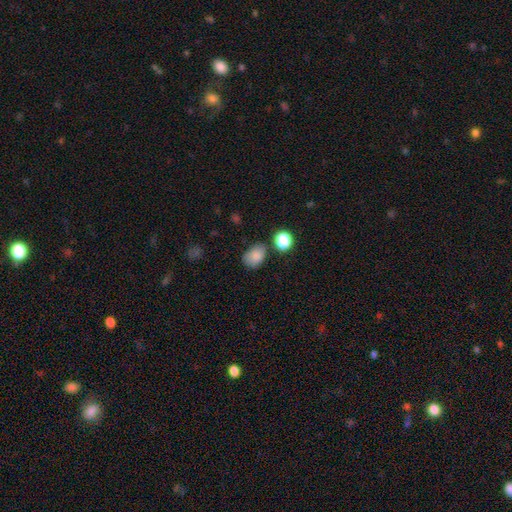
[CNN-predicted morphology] Smooth or featured?
  - smooth: 83% *
  - star or artifact: 11%
  - featured or disk: 7%
How rounded?
  - in between: 70% *
  - round: 29%
  - cigar-shaped: 1%
Merging?
  - none: 67% *
  - minor disturbance: 21%
  - merger: 7%
  - major disturbance: 6%